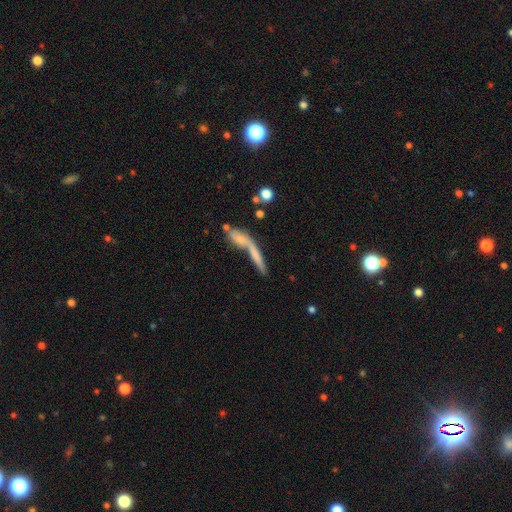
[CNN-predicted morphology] type=smooth (57%); roundness=cigar-shaped (79%); merging=merger (53%).